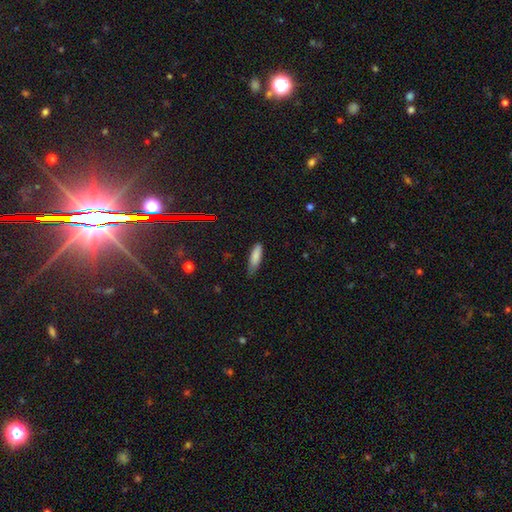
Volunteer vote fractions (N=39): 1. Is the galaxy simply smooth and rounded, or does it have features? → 85% smooth, 10% star or artifact, 5% featured or disk.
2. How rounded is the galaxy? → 52% in between, 48% cigar-shaped, 0% round.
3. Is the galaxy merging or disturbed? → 57% none, 40% minor disturbance, 3% major disturbance, 0% merger.